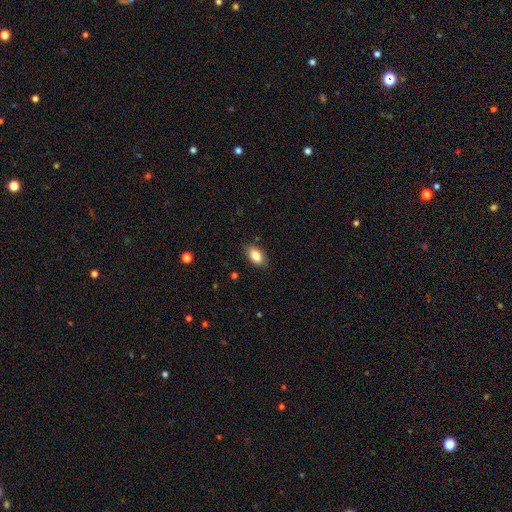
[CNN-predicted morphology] The model was most divided on "merging": none: 86%, minor disturbance: 11%, major disturbance: 2%, merger: 1%. More confident: how rounded — in between (89%); smooth or featured — smooth (84%).